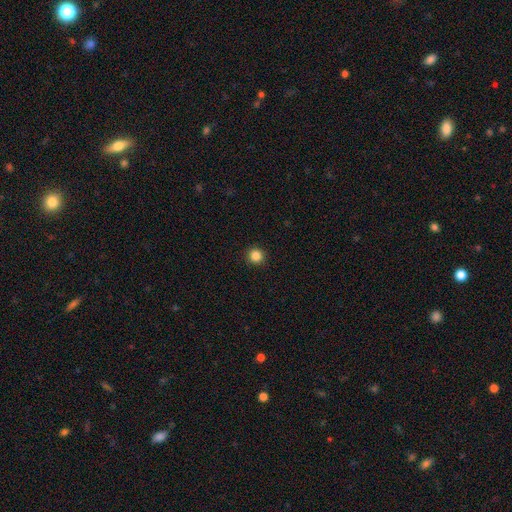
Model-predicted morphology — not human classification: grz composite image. It shows a smooth galaxy with no disk features (86%) that is round (95%). Merging: none (93%).